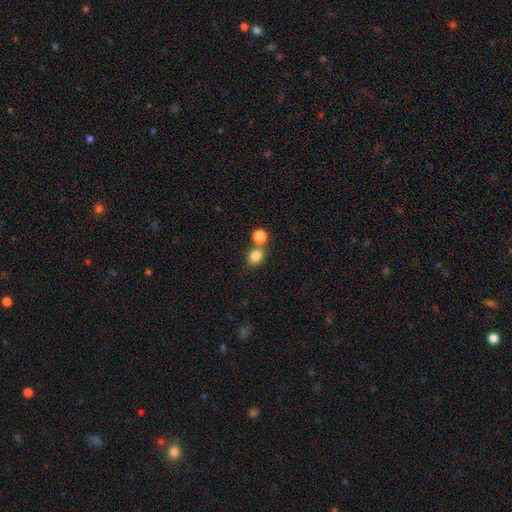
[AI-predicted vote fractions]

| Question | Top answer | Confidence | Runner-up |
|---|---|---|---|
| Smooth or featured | smooth | 83% | star or artifact (11%) |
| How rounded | in between | 53% | round (46%) |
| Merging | none | 59% | merger (27%) |